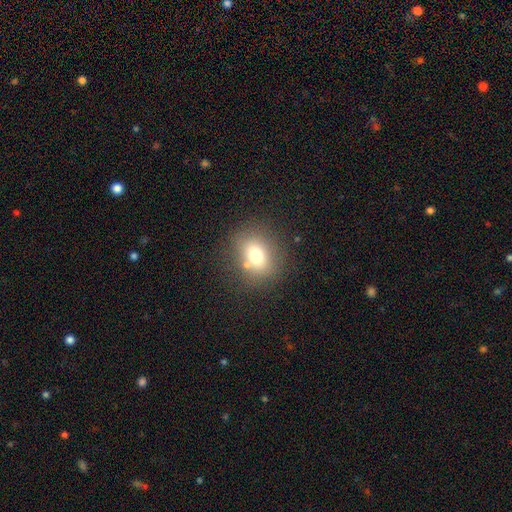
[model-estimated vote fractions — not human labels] Smooth or featured?
  - smooth: 72% *
  - star or artifact: 14%
  - featured or disk: 14%
How rounded?
  - round: 60% *
  - in between: 38%
  - cigar-shaped: 1%
Merging?
  - none: 74% *
  - minor disturbance: 12%
  - merger: 9%
  - major disturbance: 5%